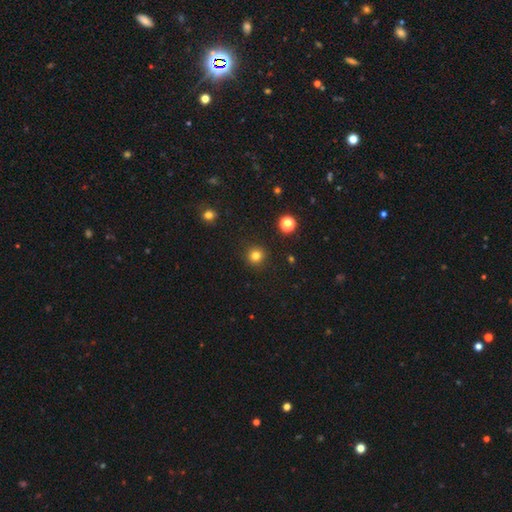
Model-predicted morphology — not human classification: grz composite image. It shows a smooth galaxy with no disk features (80%) that is round (94%). Merging: none (92%).